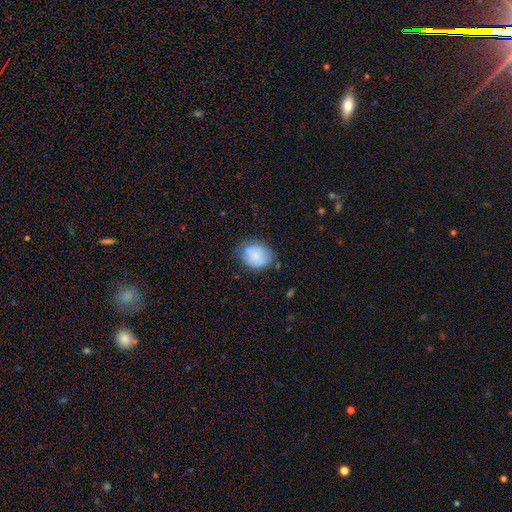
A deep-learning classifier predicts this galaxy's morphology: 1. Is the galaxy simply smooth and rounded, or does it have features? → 73% smooth, 19% featured or disk, 8% star or artifact.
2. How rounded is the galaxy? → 54% in between, 45% round, 1% cigar-shaped.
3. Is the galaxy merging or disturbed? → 64% none, 25% minor disturbance, 7% major disturbance, 4% merger.